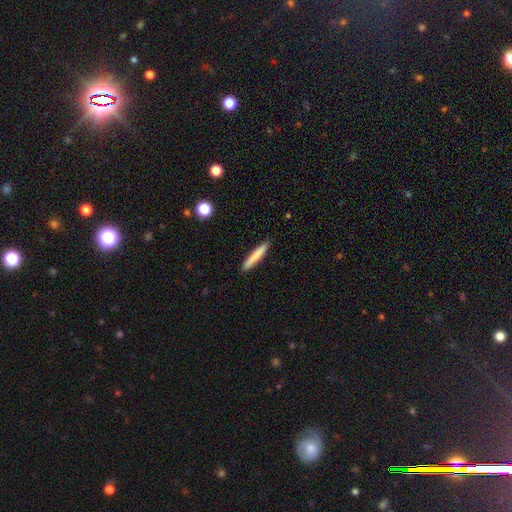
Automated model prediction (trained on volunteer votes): The model was most divided on "smooth or featured": smooth: 80%, featured or disk: 13%, star or artifact: 6%. More confident: how rounded — cigar-shaped (94%); merging — none (90%).